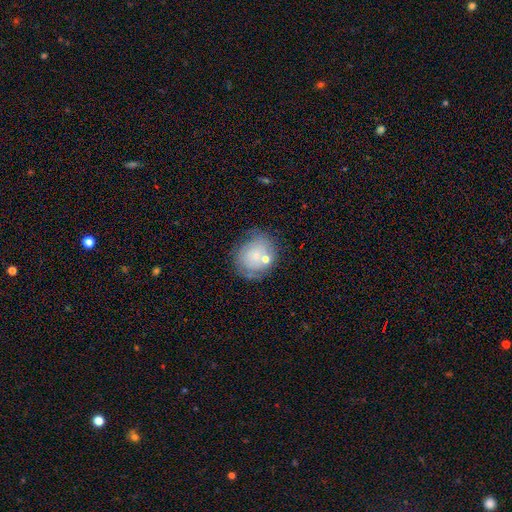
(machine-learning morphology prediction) The model was most divided on "smooth or featured": smooth: 53%, featured or disk: 37%, star or artifact: 10%. More confident: how rounded — round (74%); merging — none (61%).